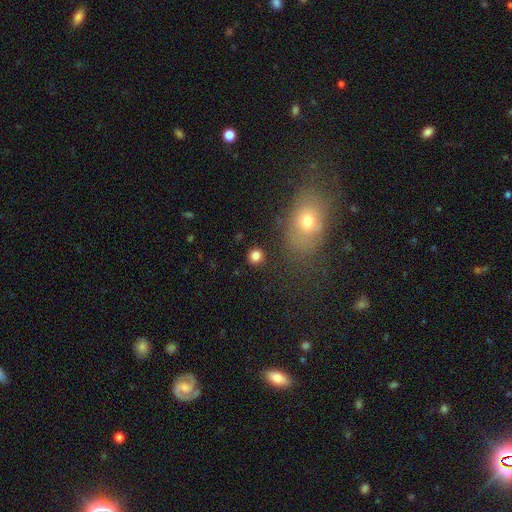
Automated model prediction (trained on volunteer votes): smooth_or_featured: smooth (p=0.83) [alt: star or artifact p=0.12]
how_rounded: round (p=0.92) [alt: in between p=0.07]
merging: none (p=0.89) [alt: minor disturbance p=0.06]